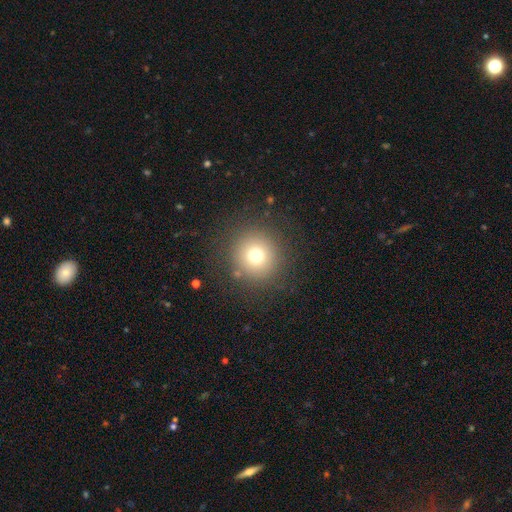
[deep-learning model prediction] smooth-or-featured: smooth: 73% | star or artifact: 16% | featured or disk: 11%
  how-rounded: round: 94% | in between: 5% | cigar-shaped: 1%
  merging: none: 87% | minor disturbance: 7% | major disturbance: 4% | merger: 2%